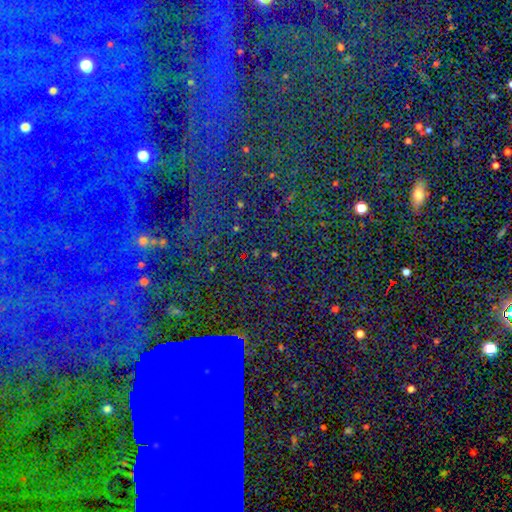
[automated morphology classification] A star or artifact, not a galaxy (78%).

Vote fractions:
- Smooth or featured? star or artifact: 78% / featured or disk: 12% / smooth: 11%